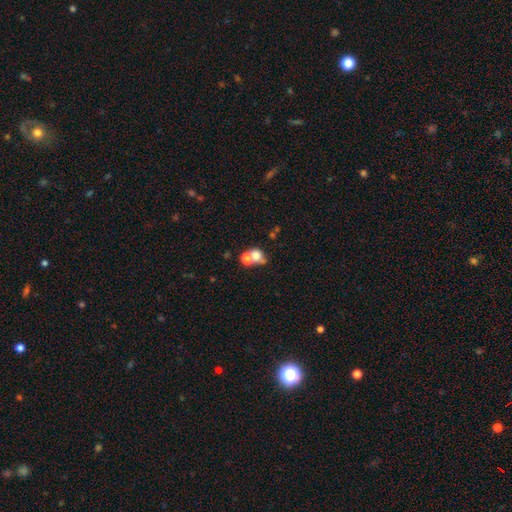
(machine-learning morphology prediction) Smooth or featured: smooth — 68% (featured or disk — 19%)
How rounded: round — 53% (in between — 46%)
Merging: merger — 59% (none — 25%)